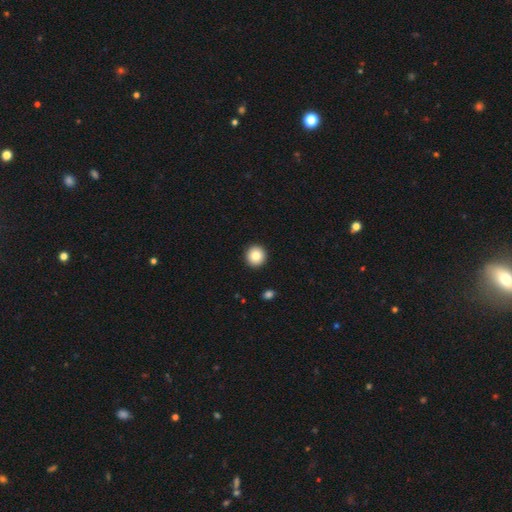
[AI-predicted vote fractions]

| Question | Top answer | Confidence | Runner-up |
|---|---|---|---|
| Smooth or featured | smooth | 84% | star or artifact (8%) |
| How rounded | round | 93% | in between (6%) |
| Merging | none | 94% | minor disturbance (4%) |